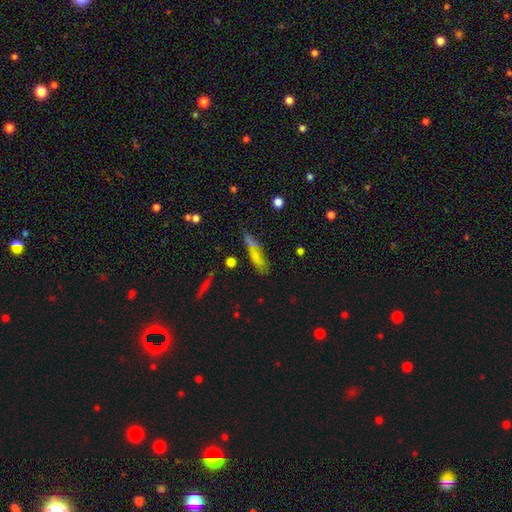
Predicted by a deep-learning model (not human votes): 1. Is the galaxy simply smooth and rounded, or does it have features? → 70% smooth, 19% featured or disk, 11% star or artifact.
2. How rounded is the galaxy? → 65% cigar-shaped, 31% in between, 4% round.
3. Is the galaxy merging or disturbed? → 66% none, 19% minor disturbance, 8% merger, 6% major disturbance.